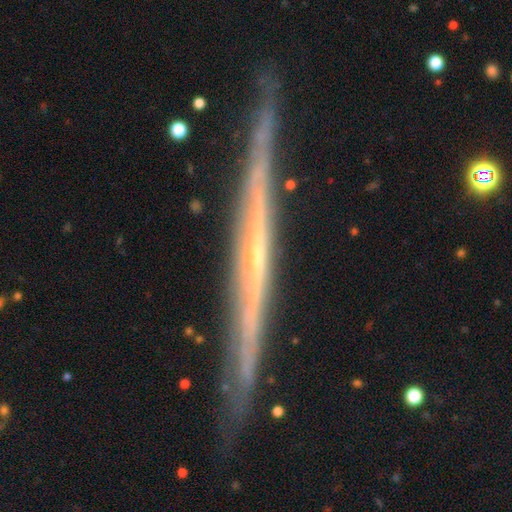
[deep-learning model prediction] This appears to be a featured or disk galaxy (69%) viewed edge-on (96%) with no central bulge (63%). Merging: none (87%).